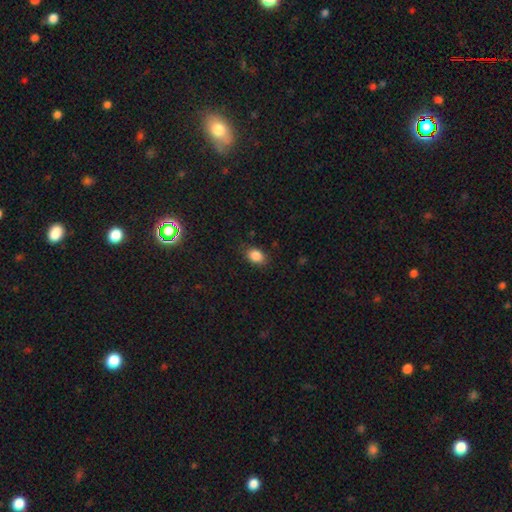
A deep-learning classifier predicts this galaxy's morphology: The model was most divided on "how rounded": in between: 73%, round: 25%, cigar-shaped: 1%. More confident: smooth or featured — smooth (86%); merging — none (81%).